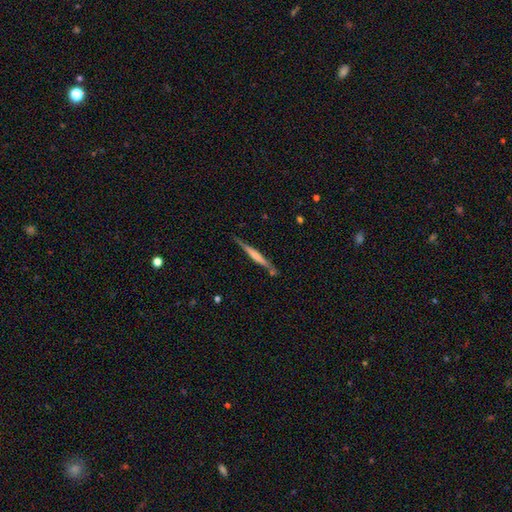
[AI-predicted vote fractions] smooth_or_featured: featured or disk (p=0.61) [alt: smooth p=0.34]
disk_edge_on: yes (p=0.97) [alt: no p=0.03]
edge_on_bulge: none (p=0.37) [alt: rounded p=0.36]
merging: none (p=0.81) [alt: minor disturbance p=0.12]